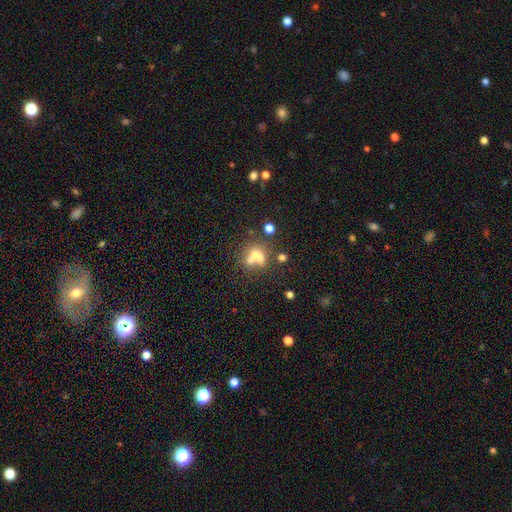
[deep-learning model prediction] smooth_or_featured: smooth (p=0.56) [alt: featured or disk p=0.25]
how_rounded: round (p=0.65) [alt: in between p=0.33]
merging: merger (p=0.51) [alt: none p=0.32]